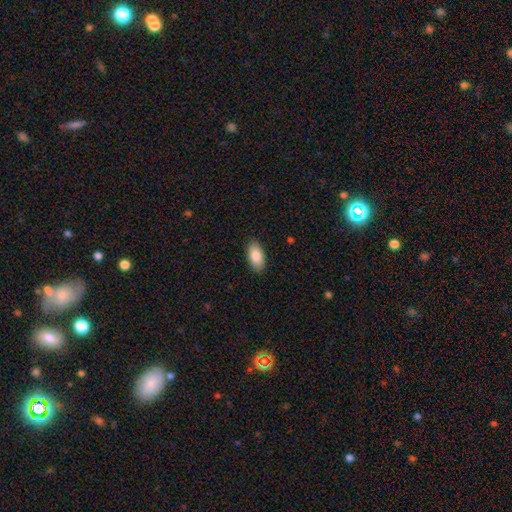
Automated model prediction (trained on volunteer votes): Smooth or featured: smooth — 86% (featured or disk — 8%)
How rounded: in between — 93% (cigar-shaped — 4%)
Merging: none — 88% (minor disturbance — 9%)